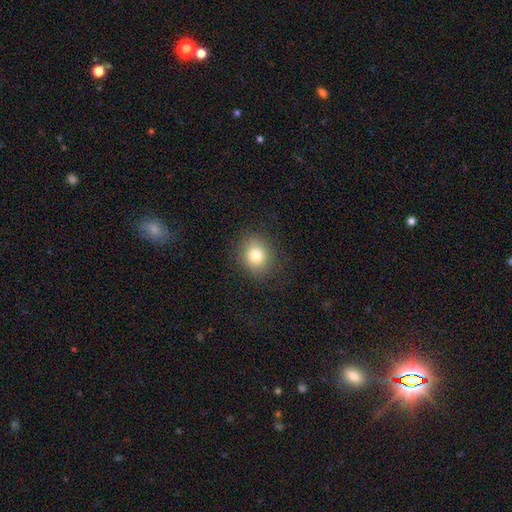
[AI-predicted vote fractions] A smooth galaxy with no disk features (78%) that is round (69%). Merging: none (86%).